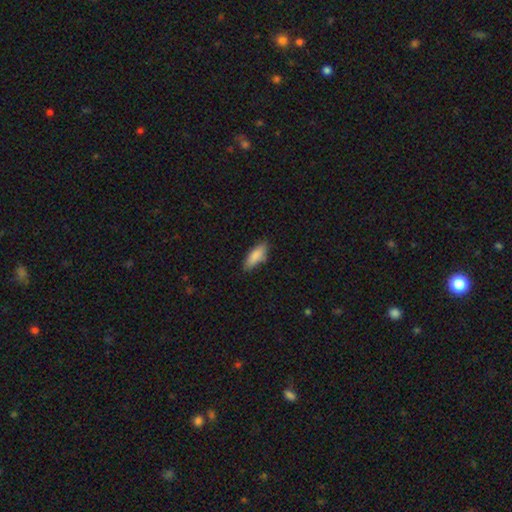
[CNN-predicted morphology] smooth_or_featured: smooth (p=0.86) [alt: featured or disk p=0.07]
how_rounded: in between (p=0.66) [alt: cigar-shaped p=0.32]
merging: none (p=0.78) [alt: minor disturbance p=0.17]